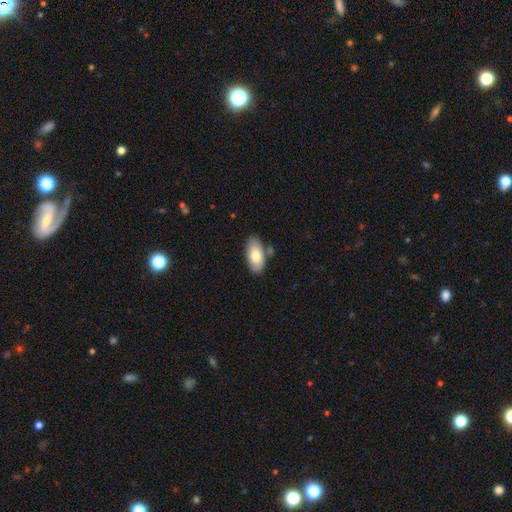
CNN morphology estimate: smooth_or_featured: smooth (p=0.78) [alt: featured or disk p=0.16]
how_rounded: in between (p=0.94) [alt: cigar-shaped p=0.04]
merging: none (p=0.76) [alt: minor disturbance p=0.14]